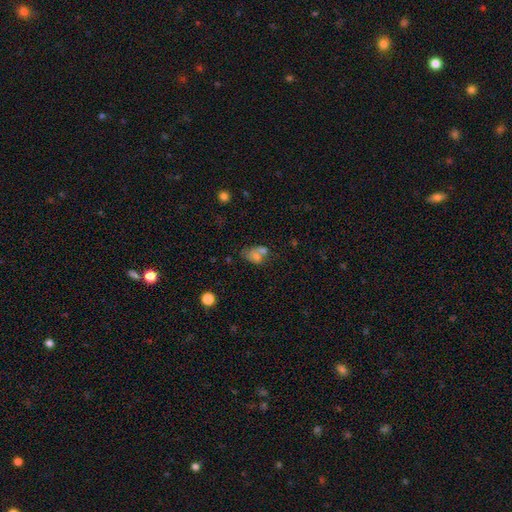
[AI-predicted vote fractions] smooth_or_featured: smooth (p=0.65) [alt: featured or disk p=0.21]
how_rounded: in between (p=0.73) [alt: round p=0.26]
merging: merger (p=0.53) [alt: none p=0.22]